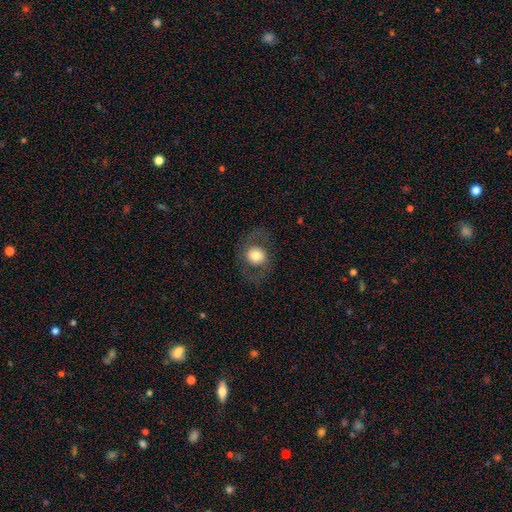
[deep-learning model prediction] Overall: smooth (64%; featured or disk 28%). How rounded: round (74%). Merging: none (77%).